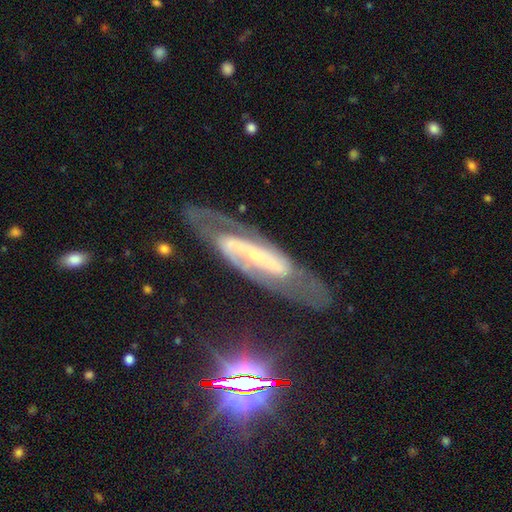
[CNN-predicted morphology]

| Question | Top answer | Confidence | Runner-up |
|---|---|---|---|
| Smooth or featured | featured or disk | 84% | star or artifact (9%) |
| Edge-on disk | no | 85% | yes (15%) |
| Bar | strong | 51% | weak (29%) |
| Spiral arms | yes | 92% | no (8%) |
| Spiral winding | medium | 48% | tight (36%) |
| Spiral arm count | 2 | 82% | can't tell (11%) |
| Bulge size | small | 76% | moderate (17%) |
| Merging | none | 75% | minor disturbance (15%) |